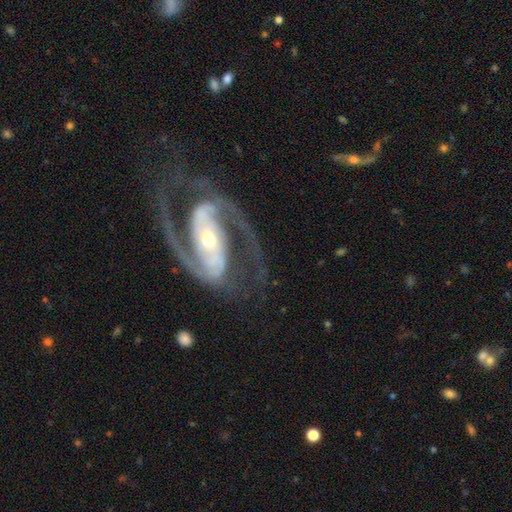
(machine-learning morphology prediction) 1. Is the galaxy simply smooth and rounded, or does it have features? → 92% featured or disk, 5% star or artifact, 3% smooth.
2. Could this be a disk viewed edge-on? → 97% no, 3% yes.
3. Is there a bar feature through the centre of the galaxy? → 54% strong, 27% weak, 20% no.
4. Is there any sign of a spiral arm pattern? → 98% yes, 2% no.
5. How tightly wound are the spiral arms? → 59% medium, 22% tight, 19% loose.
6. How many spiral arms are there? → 94% 2, 2% can't tell, 1% 3, 1% 1, 1% 4, 1% more than 4.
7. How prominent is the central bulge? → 51% small, 43% moderate, 4% large, 1% none, 1% dominant.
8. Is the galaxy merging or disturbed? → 73% none, 14% minor disturbance, 11% major disturbance, 2% merger.